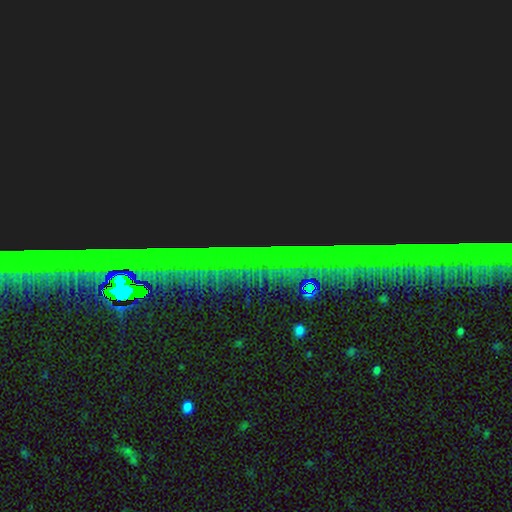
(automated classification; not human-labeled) Smooth or featured?
  - star or artifact: 87% *
  - featured or disk: 7%
  - smooth: 6%